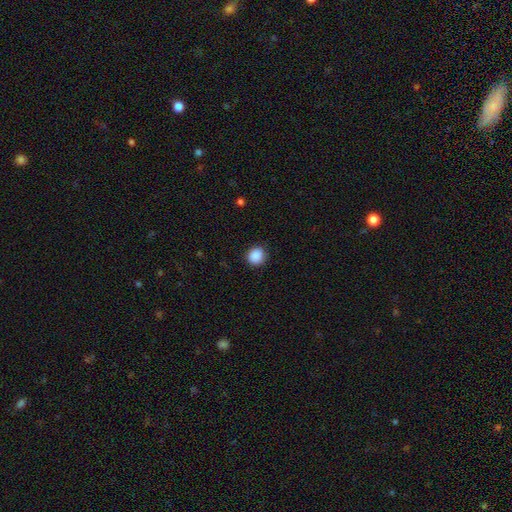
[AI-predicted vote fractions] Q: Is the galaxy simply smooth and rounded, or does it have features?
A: smooth — 89%.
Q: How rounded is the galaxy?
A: round — 89%.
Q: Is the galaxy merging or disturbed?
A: none — 89%.